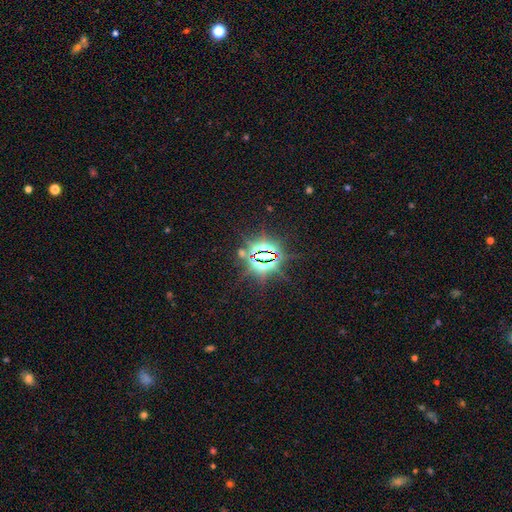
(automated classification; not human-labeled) Smooth or featured: star or artifact — 85% (featured or disk — 7%)